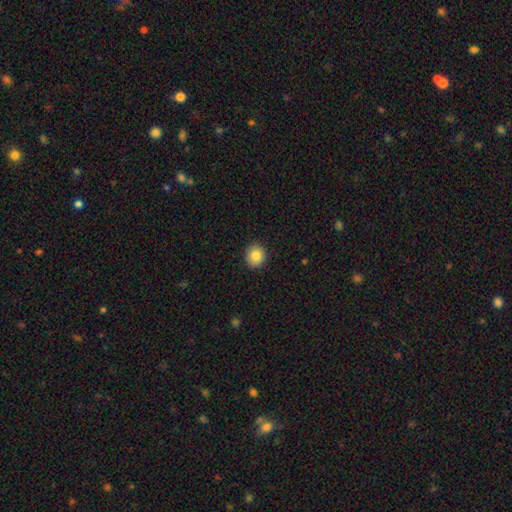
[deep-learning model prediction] This is clearly a smooth galaxy (84%). How rounded: clearly round (83%). Merging: clearly none (91%).